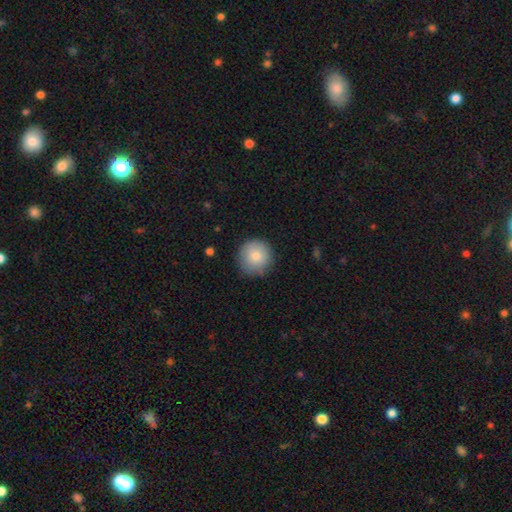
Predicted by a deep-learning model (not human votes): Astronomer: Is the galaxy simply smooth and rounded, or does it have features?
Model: smooth — 83%.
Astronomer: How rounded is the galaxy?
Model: round — 94%.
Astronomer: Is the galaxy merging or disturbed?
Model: none — 85%.